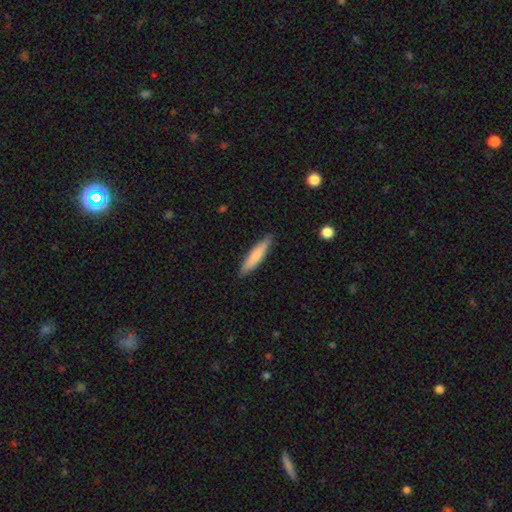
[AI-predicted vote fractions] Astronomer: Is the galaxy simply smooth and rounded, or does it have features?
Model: smooth — 78%.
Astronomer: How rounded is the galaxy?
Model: cigar-shaped — 85%.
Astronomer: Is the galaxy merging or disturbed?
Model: none — 89%.